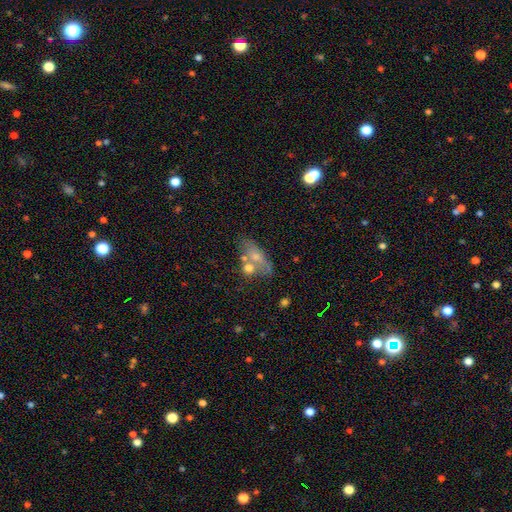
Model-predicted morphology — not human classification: Smooth or featured?
  - smooth: 51% *
  - featured or disk: 36%
  - star or artifact: 13%
How rounded?
  - in between: 69% *
  - cigar-shaped: 21%
  - round: 11%
Merging?
  - none: 49% *
  - merger: 24%
  - minor disturbance: 18%
  - major disturbance: 10%